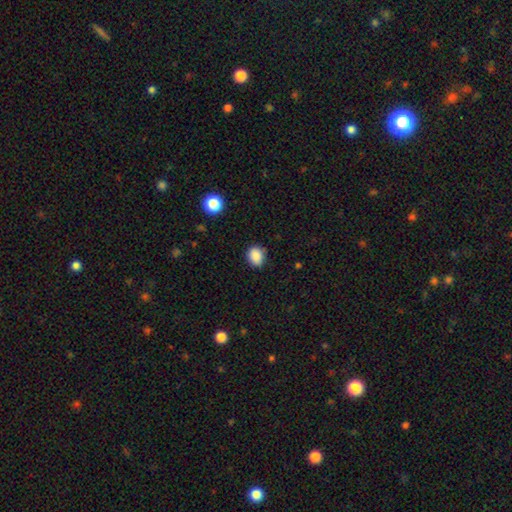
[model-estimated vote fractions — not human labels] Morphology: type=smooth (87%); roundness=round (60%); merging=none (84%).